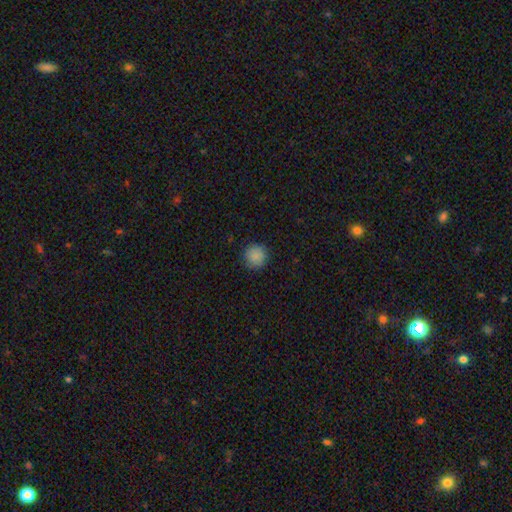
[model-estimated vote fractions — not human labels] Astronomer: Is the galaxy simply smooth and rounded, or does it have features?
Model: smooth — 87%.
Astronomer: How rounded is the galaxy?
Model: round — 94%.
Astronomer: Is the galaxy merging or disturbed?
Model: none — 88%.